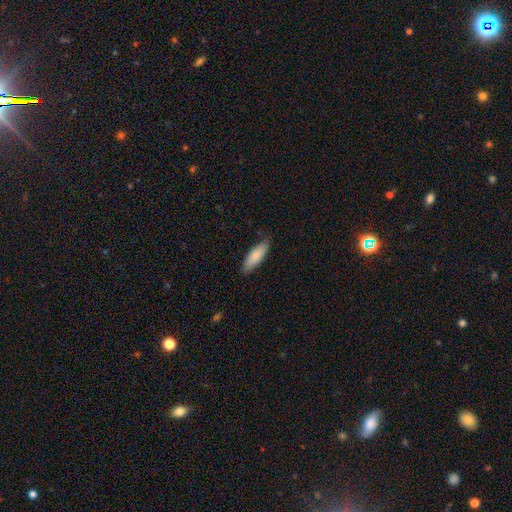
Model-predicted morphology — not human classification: Overall: smooth (81%). How rounded: in between (60%; cigar-shaped 38%). Merging: none (82%).